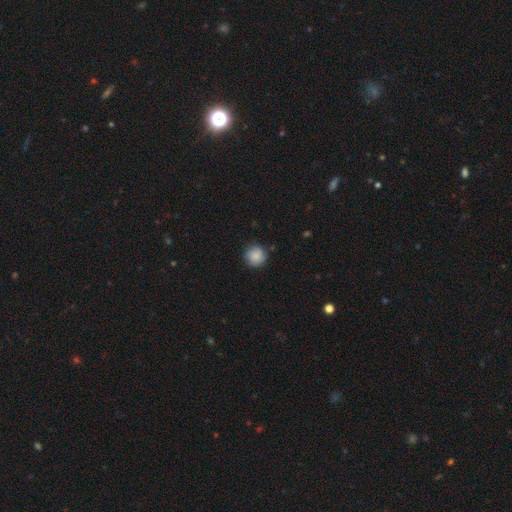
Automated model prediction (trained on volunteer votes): The model was most divided on "merging": none: 84%, minor disturbance: 12%, major disturbance: 3%, merger: 1%. More confident: how rounded — round (93%); smooth or featured — smooth (86%).